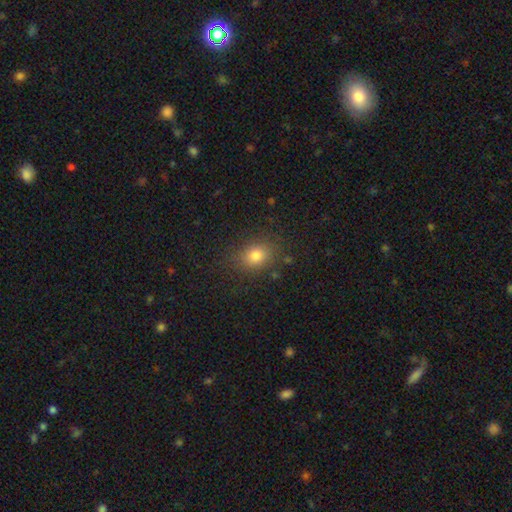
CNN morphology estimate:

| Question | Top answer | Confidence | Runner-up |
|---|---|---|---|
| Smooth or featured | smooth | 79% | star or artifact (13%) |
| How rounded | round | 51% | in between (48%) |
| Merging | none | 82% | minor disturbance (12%) |